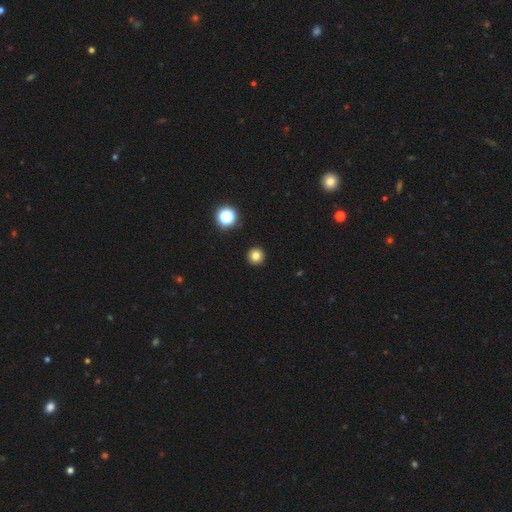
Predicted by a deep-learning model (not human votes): Smooth or featured? Predicted: smooth (p=0.80). How rounded? Predicted: round (p=0.95). Merging? Predicted: none (p=0.93).